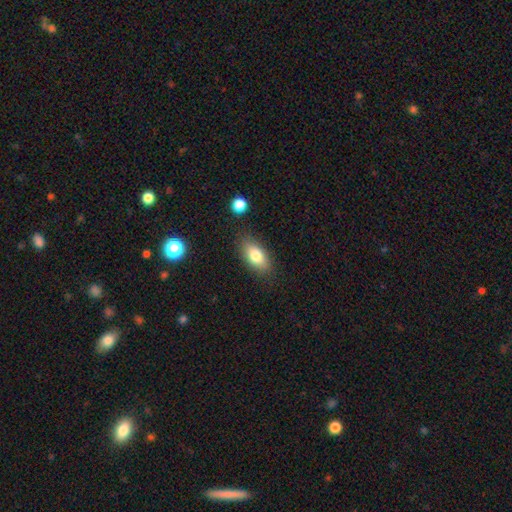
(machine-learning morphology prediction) Smooth or featured? smooth (80%)
How rounded? in between (88%)
Merging? none (83%)